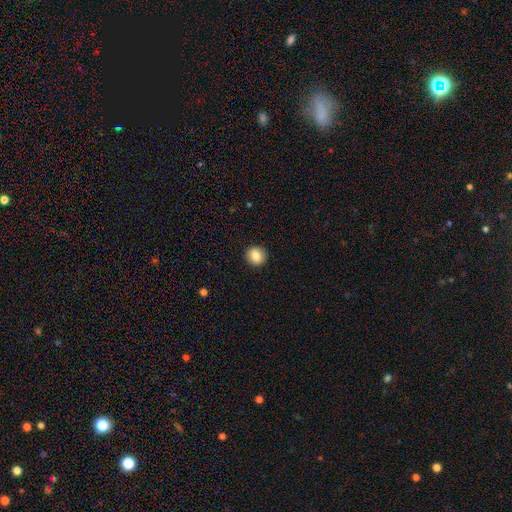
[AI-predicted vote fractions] This is clearly a smooth galaxy (85%). How rounded: clearly round (91%). Merging: clearly none (92%).